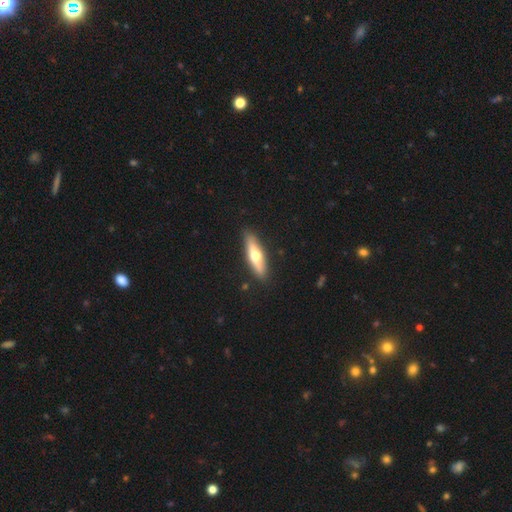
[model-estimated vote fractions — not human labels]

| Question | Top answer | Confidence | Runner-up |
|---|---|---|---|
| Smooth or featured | featured or disk | 51% | smooth (44%) |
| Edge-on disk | yes | 88% | no (12%) |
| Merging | none | 89% | minor disturbance (8%) |